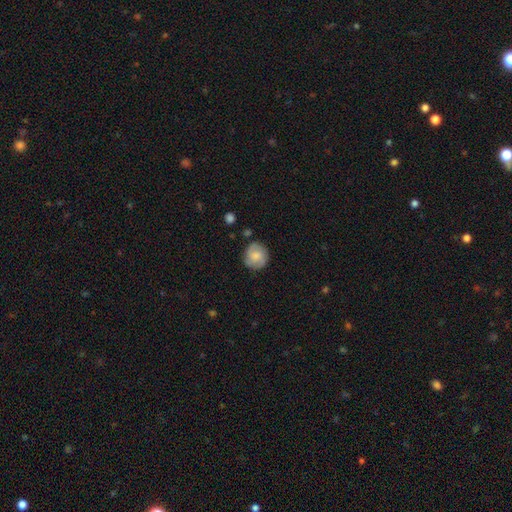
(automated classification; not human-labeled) This is likely a smooth galaxy (64%). How rounded: clearly round (88%). Merging: clearly none (81%).